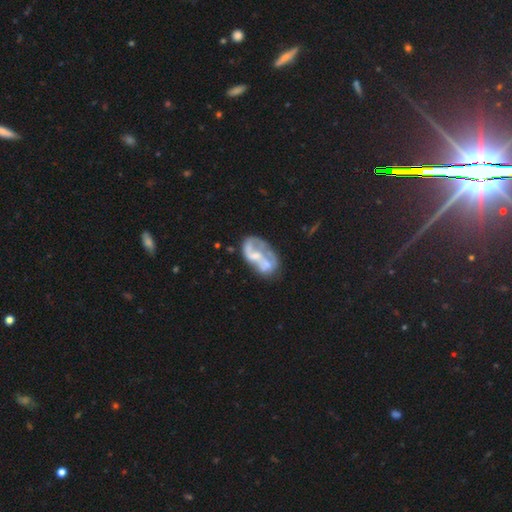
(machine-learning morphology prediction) Smooth or featured? featured or disk (65%)
Edge-on disk? no (97%)
Bar? no (69%)
Spiral arms? no (55%)
Bulge size? moderate (32%)
Merging? merger (30%)